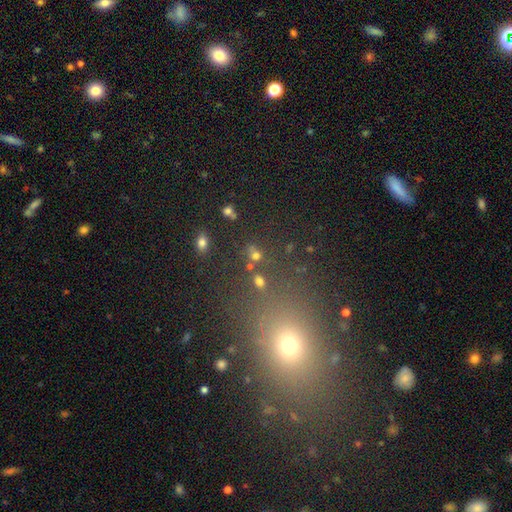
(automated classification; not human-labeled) A smooth galaxy with no disk features (51%) that is round (56%).

Vote fractions:
- Smooth or featured? smooth: 51% / star or artifact: 37% / featured or disk: 12%
- How rounded? round: 56% / in between: 40% / cigar-shaped: 4%
- Merging? none: 75% / minor disturbance: 10% / merger: 9% / major disturbance: 6%